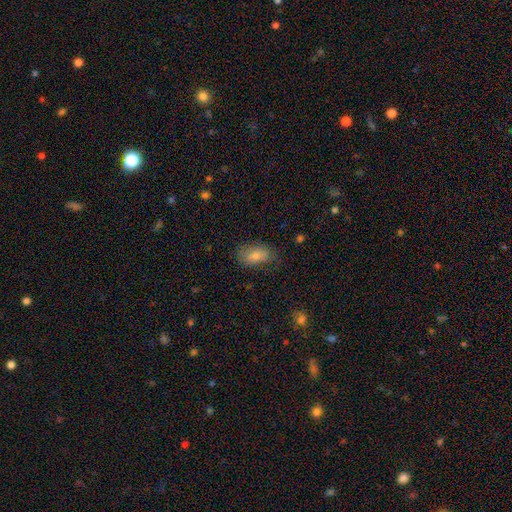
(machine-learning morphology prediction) smooth 74%, featured or disk 16%, star or artifact 10%. Down the decision tree: how rounded — in between (90%); merging — none (76%).